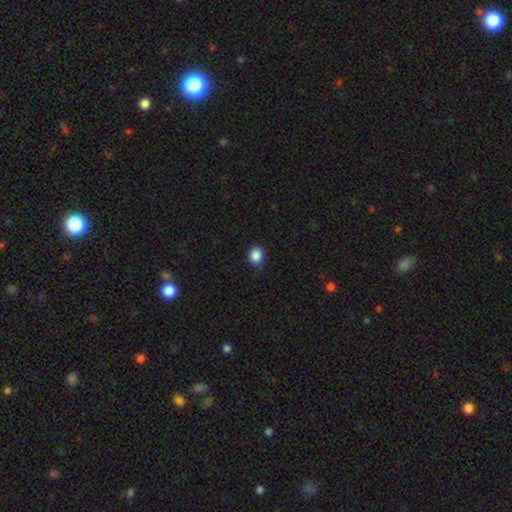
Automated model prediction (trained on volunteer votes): A smooth galaxy with no disk features (87%) that is round (77%). Merging: none (81%).